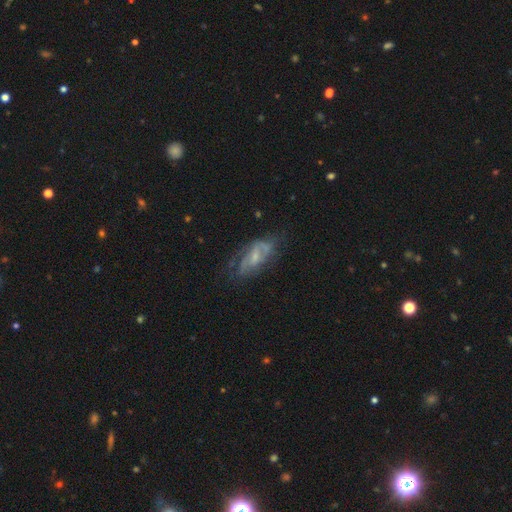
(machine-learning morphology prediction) featured or disk 67%, smooth 24%, star or artifact 9%. Down the decision tree: edge-on disk — no (89%); bar — no (47%); spiral arms — yes (66%); bulge size — small (54%); merging — none (55%).